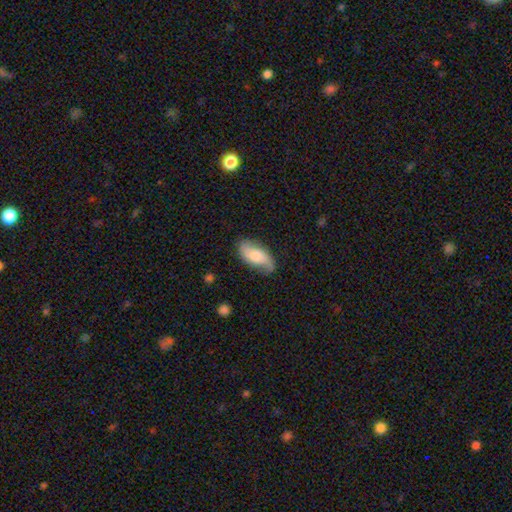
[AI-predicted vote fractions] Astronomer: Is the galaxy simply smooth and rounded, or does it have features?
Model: smooth — 47% (runner-up: featured or disk, 46%).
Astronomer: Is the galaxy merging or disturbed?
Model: none — 71%.